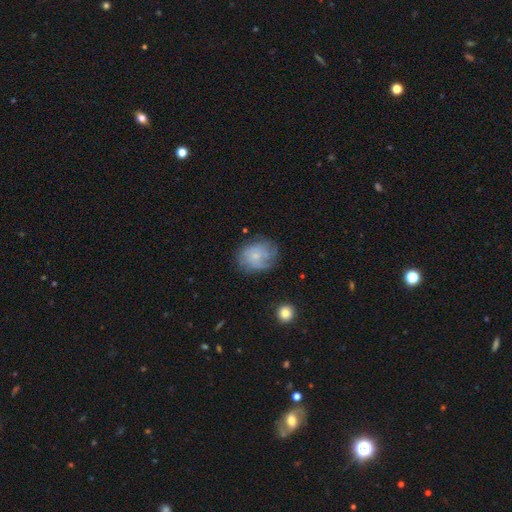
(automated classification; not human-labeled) Q: Smooth or featured?
A: smooth (47%); runner-up: featured or disk (43%)
Q: Merging?
A: none (62%); runner-up: minor disturbance (24%)